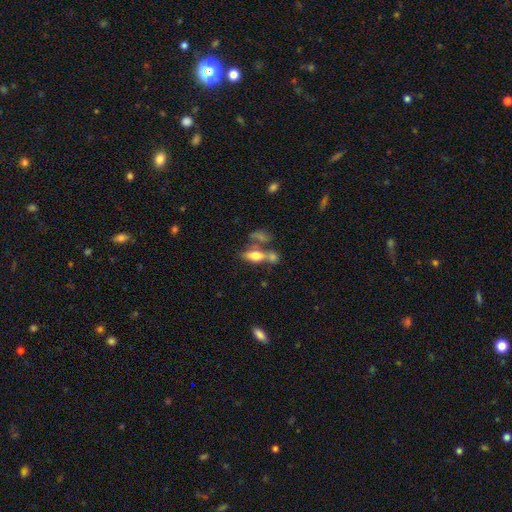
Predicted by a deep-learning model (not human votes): smooth_or_featured: smooth (p=0.60) [alt: featured or disk p=0.30]
how_rounded: in between (p=0.70) [alt: cigar-shaped p=0.24]
merging: none (p=0.43) [alt: merger p=0.35]